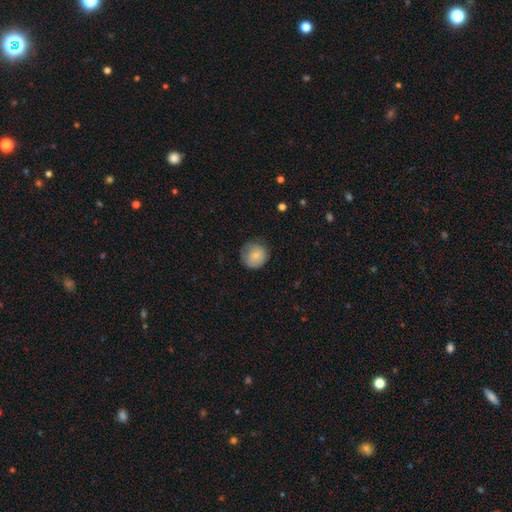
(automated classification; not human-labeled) A smooth galaxy with no disk features (81%) that is round (91%).

Vote fractions:
- Smooth or featured? smooth: 81% / featured or disk: 12% / star or artifact: 7%
- How rounded? round: 91% / in between: 8% / cigar-shaped: 1%
- Merging? none: 73% / minor disturbance: 20% / major disturbance: 6% / merger: 1%